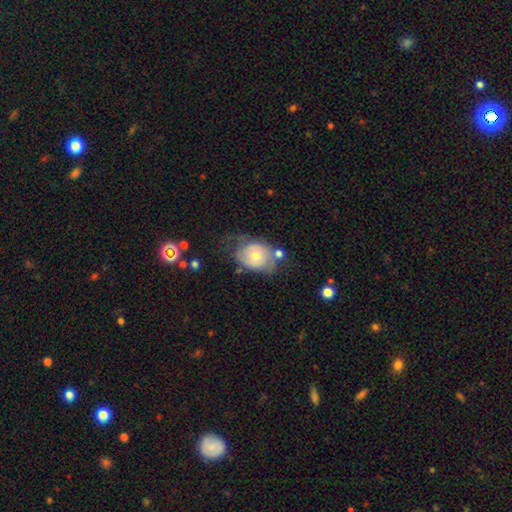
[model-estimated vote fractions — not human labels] featured or disk 50%, smooth 43%, star or artifact 7%. Down the decision tree: merging — none (41%).